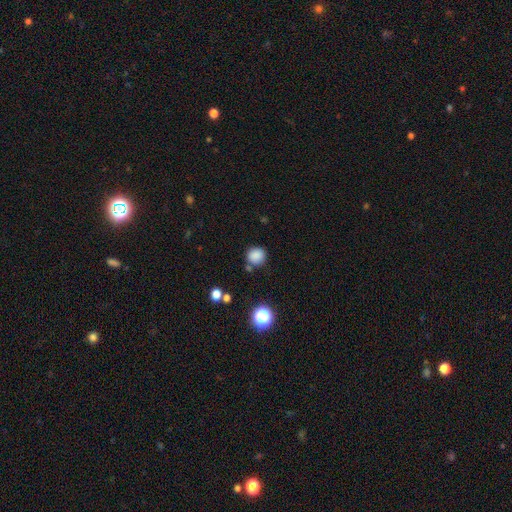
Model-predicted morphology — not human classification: Q: Smooth or featured?
A: smooth (84%); runner-up: star or artifact (12%)
Q: How rounded?
A: round (88%); runner-up: in between (11%)
Q: Merging?
A: none (79%); runner-up: minor disturbance (11%)